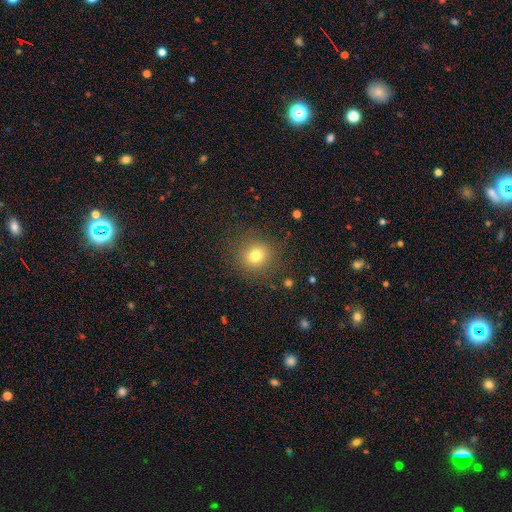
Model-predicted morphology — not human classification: type=smooth (77%); roundness=round (85%); merging=none (86%).